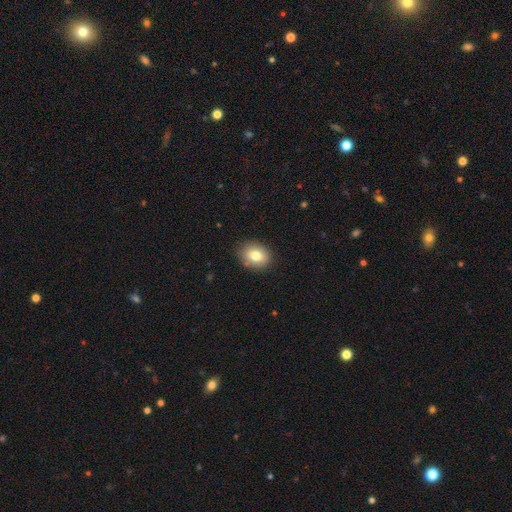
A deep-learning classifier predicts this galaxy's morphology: A smooth galaxy with no disk features (79%) that is in between round and cigar-shaped (58%). Merging: none (85%).